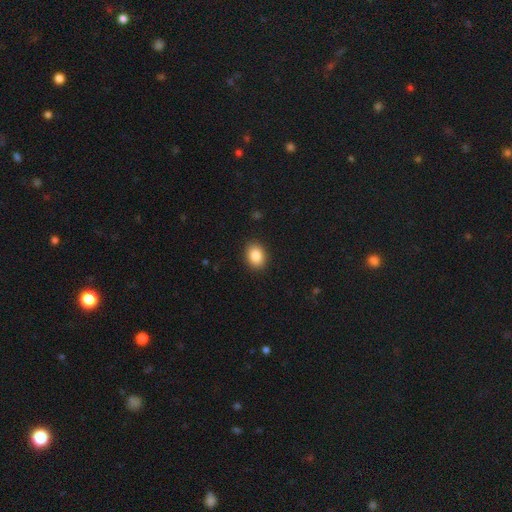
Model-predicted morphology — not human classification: The model was most divided on "how rounded": in between: 62%, round: 38%, cigar-shaped: 1%. More confident: merging — none (90%); smooth or featured — smooth (86%).